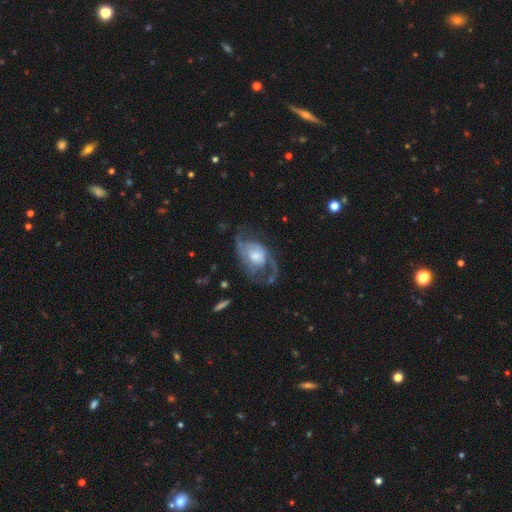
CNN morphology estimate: Overall: featured or disk (73%). Edge-on disk: no (96%). Bar: no (69%). Spiral arms: yes (79%). Spiral arm count: 2 (61%). Spiral winding: medium (42%; loose 39%). Bulge size: moderate (49%; small 26%). Merging: none (40%; major disturbance 37%).